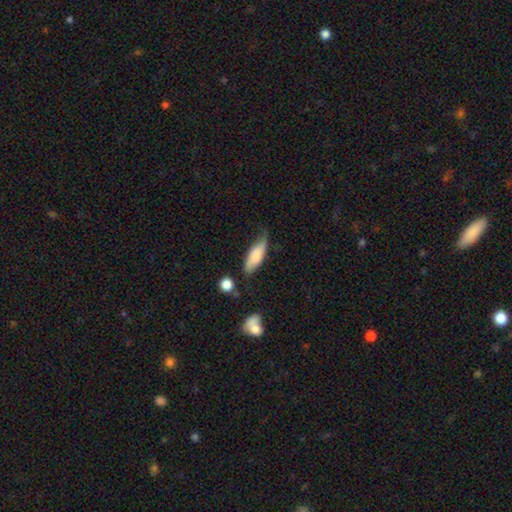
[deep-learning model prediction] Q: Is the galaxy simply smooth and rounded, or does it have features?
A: smooth — 74%.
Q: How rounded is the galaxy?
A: in between — 63%.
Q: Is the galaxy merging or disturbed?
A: none — 53%.